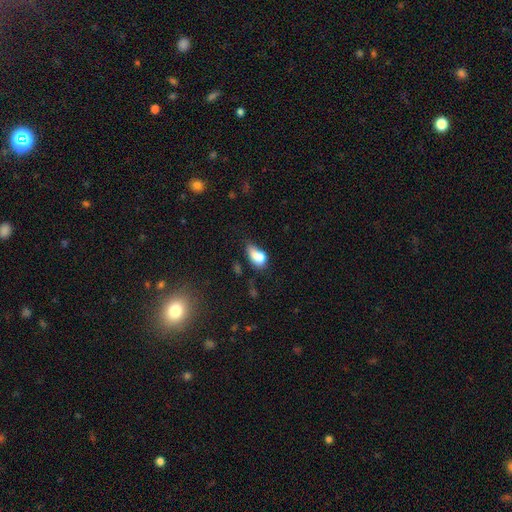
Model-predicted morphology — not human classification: Smooth or featured?
  - smooth: 72% *
  - featured or disk: 18%
  - star or artifact: 11%
How rounded?
  - in between: 79% *
  - round: 17%
  - cigar-shaped: 4%
Merging?
  - minor disturbance: 28% *
  - none: 27%
  - merger: 24%
  - major disturbance: 21%